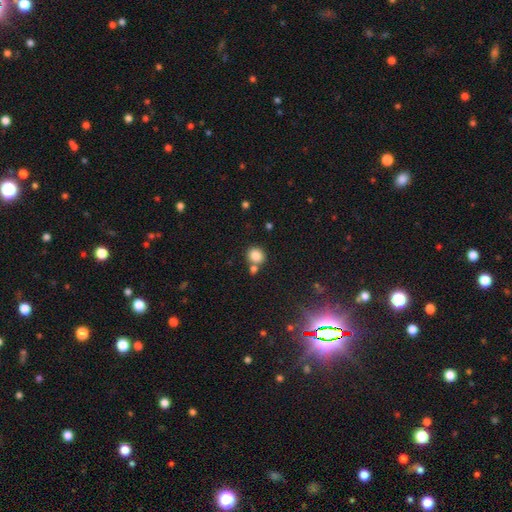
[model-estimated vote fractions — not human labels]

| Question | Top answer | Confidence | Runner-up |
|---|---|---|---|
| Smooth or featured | smooth | 83% | star or artifact (11%) |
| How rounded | round | 82% | in between (17%) |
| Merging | none | 66% | merger (22%) |